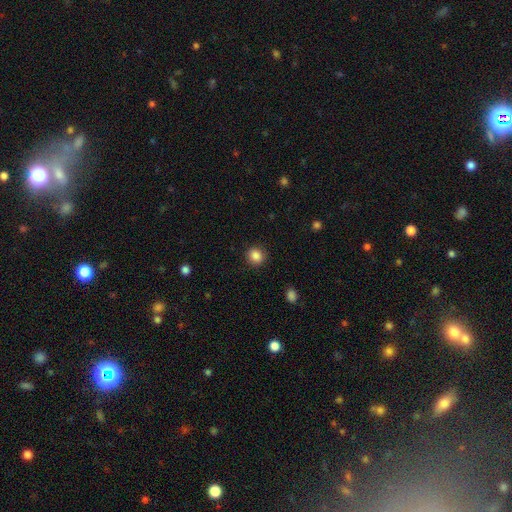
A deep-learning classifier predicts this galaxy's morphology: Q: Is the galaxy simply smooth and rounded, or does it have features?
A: smooth — 87%.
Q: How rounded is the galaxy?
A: round — 84%.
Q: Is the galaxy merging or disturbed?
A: none — 90%.